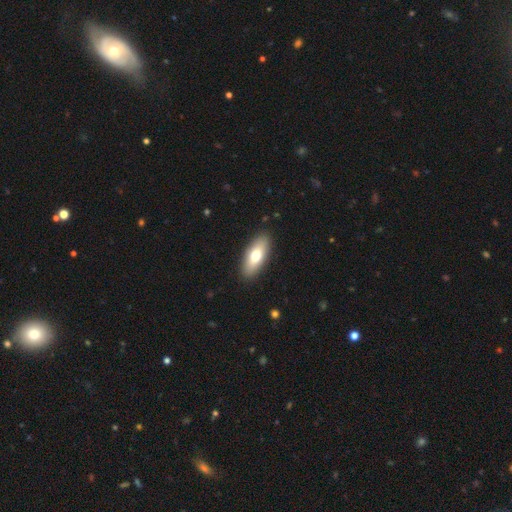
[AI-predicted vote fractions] This is likely a smooth galaxy (70%). How rounded: likely in between (78%). Merging: clearly none (89%).